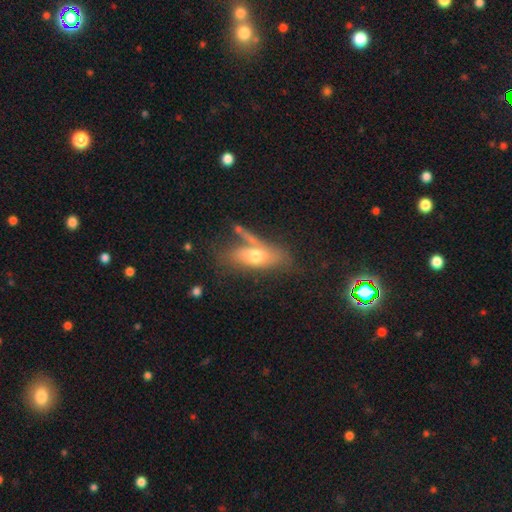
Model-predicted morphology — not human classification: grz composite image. It shows a smooth galaxy with no disk features (58%) that is in between round and cigar-shaped (71%). Merging: none (45%).